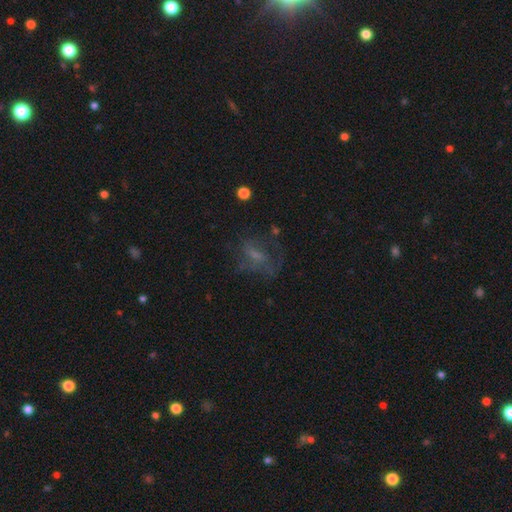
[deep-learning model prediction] The model was most divided on "smooth or featured": featured or disk: 47%, smooth: 33%, star or artifact: 20%. Remaining: merging — none (48%).